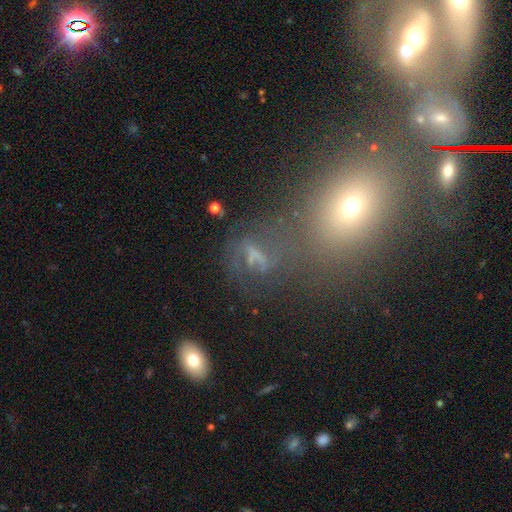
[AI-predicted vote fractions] featured or disk 38%, smooth 32%, star or artifact 30%. Down the decision tree: merging — none (43%).